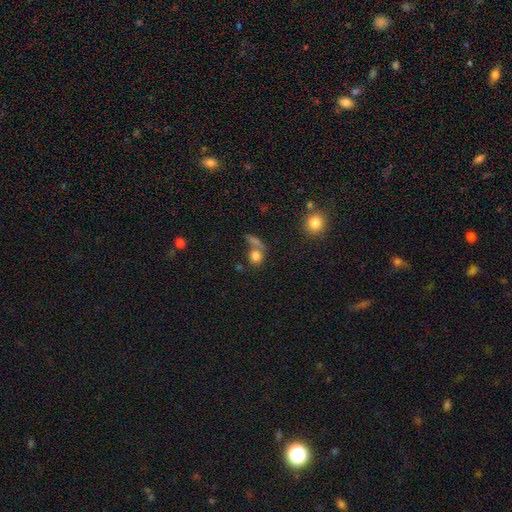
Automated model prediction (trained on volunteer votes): The model was most divided on "merging": none: 47%, merger: 34%, minor disturbance: 11%, major disturbance: 8%. More confident: smooth or featured — smooth (79%); how rounded — round (66%).